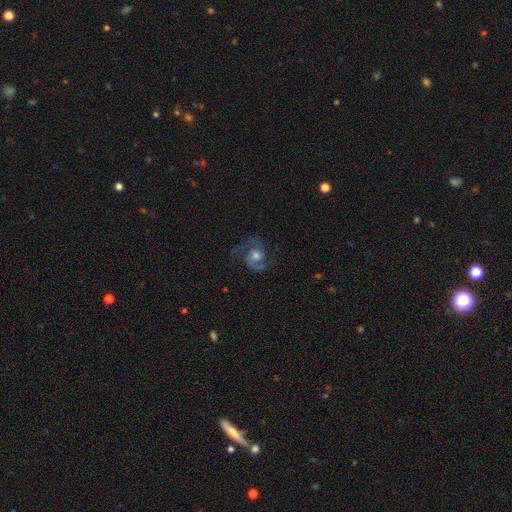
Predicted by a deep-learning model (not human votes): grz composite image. It shows a featured or disk galaxy (88%) with no bar (69%), 2 (91%) medium (57%) spiral arms (98%) and a moderate central bulge (64%). Merging: none (76%).